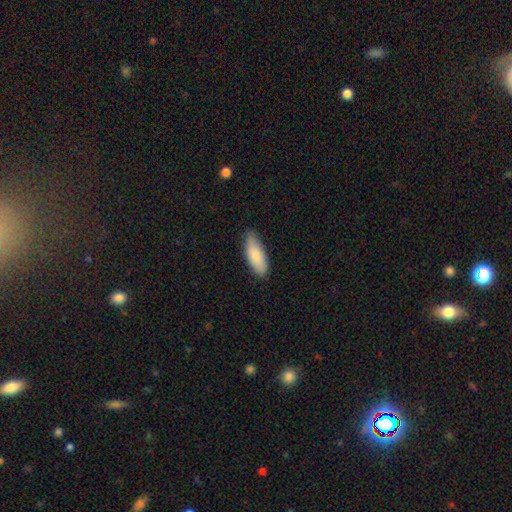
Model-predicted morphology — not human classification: A smooth galaxy with no disk features (82%) that is in between round and cigar-shaped (73%).

Vote fractions:
- Smooth or featured? smooth: 82% / featured or disk: 12% / star or artifact: 6%
- How rounded? in between: 73% / cigar-shaped: 25% / round: 2%
- Merging? none: 79% / minor disturbance: 18% / major disturbance: 2% / merger: 1%